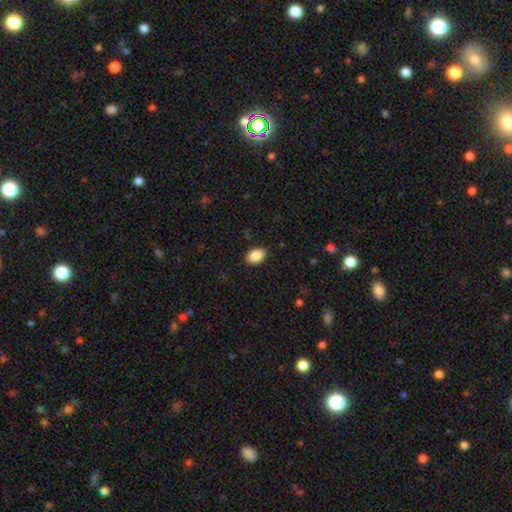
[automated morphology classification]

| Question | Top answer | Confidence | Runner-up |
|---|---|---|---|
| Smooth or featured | smooth | 89% | star or artifact (7%) |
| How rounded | in between | 89% | round (10%) |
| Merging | none | 86% | minor disturbance (10%) |